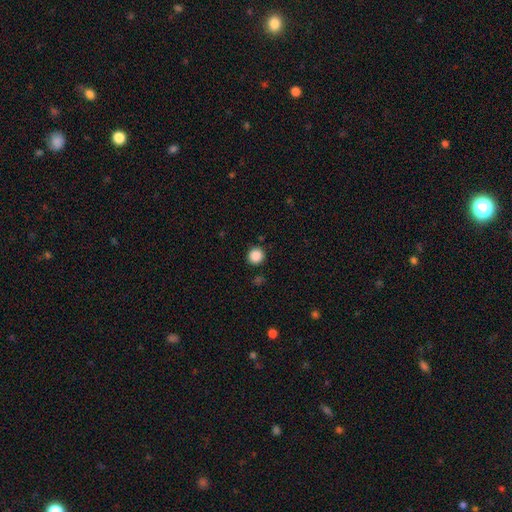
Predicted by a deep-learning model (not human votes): The model was most divided on "smooth or featured": smooth: 88%, star or artifact: 10%, featured or disk: 3%. More confident: how rounded — round (94%); merging — none (90%).